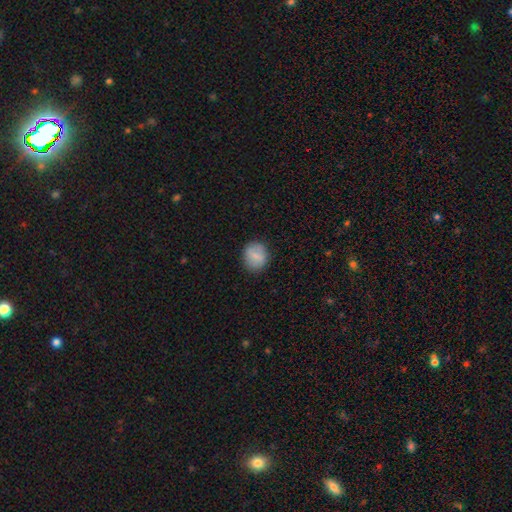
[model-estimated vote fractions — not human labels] This appears to be a smooth galaxy with no disk features (75%) that is round (72%). Merging: none (85%).